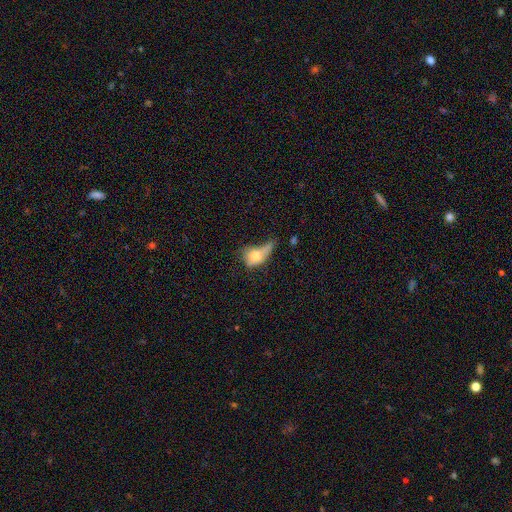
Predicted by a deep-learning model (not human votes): Smooth or featured?
  - smooth: 65% *
  - featured or disk: 25%
  - star or artifact: 10%
How rounded?
  - in between: 60% *
  - round: 34%
  - cigar-shaped: 5%
Merging?
  - major disturbance: 39% *
  - minor disturbance: 25%
  - none: 20%
  - merger: 15%